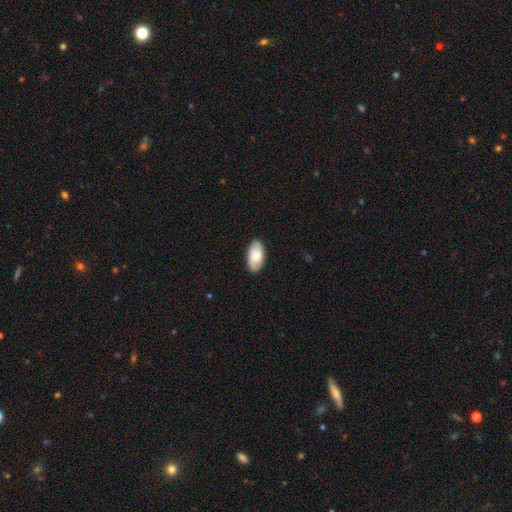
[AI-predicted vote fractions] Smooth or featured?
  - smooth: 76% *
  - featured or disk: 18%
  - star or artifact: 6%
How rounded?
  - in between: 95% *
  - round: 3%
  - cigar-shaped: 2%
Merging?
  - none: 87% *
  - minor disturbance: 10%
  - major disturbance: 2%
  - merger: 1%